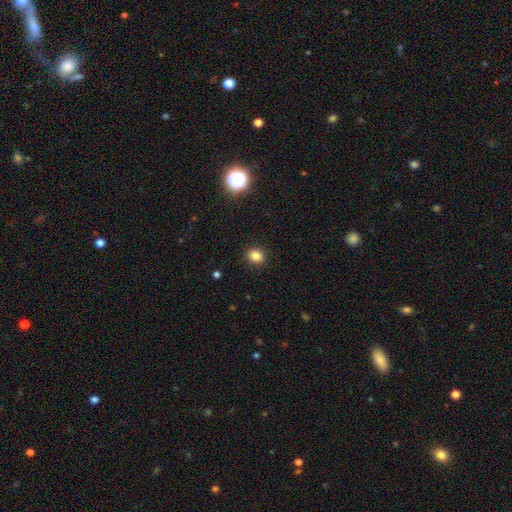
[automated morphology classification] A smooth galaxy with no disk features (83%) that is round (69%).

Vote fractions:
- Smooth or featured? smooth: 83% / star or artifact: 12% / featured or disk: 4%
- How rounded? round: 69% / in between: 30% / cigar-shaped: 1%
- Merging? none: 90% / minor disturbance: 7% / major disturbance: 2% / merger: 1%